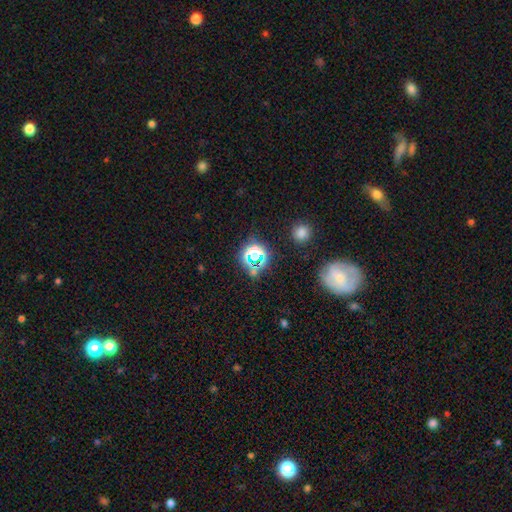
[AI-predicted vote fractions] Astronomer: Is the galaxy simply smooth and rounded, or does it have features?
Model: star or artifact — 66%.